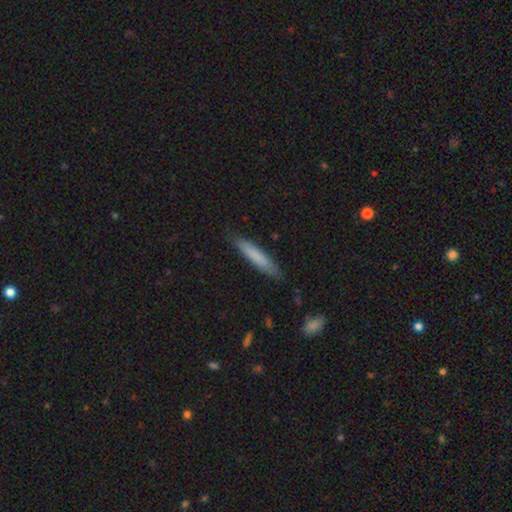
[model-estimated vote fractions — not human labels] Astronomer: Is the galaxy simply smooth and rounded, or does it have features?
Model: smooth — 76%.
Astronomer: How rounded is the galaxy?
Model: cigar-shaped — 92%.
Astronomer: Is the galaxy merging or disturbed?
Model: none — 85%.